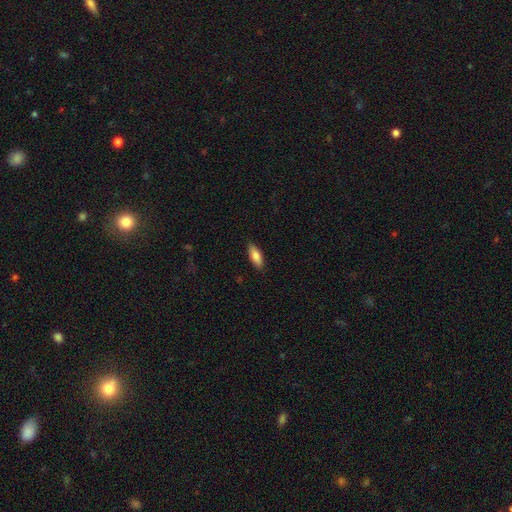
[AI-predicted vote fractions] The model was most divided on "how rounded": in between: 71%, cigar-shaped: 27%, round: 2%. More confident: merging — none (87%); smooth or featured — smooth (83%).